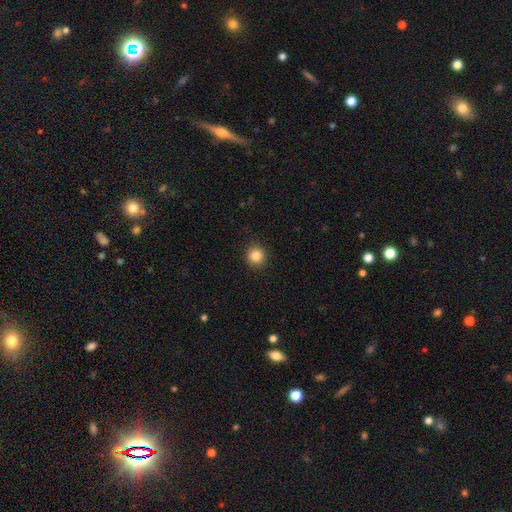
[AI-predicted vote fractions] smooth_or_featured: smooth (p=0.85) [alt: star or artifact p=0.10]
how_rounded: round (p=0.93) [alt: in between p=0.06]
merging: none (p=0.91) [alt: minor disturbance p=0.06]